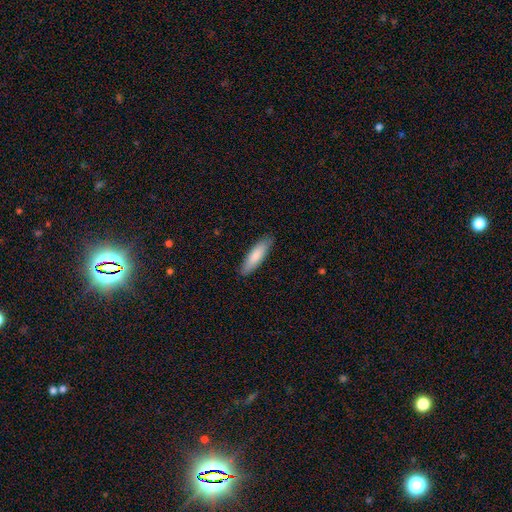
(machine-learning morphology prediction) Smooth or featured: smooth — 83% (featured or disk — 12%)
How rounded: cigar-shaped — 62% (in between — 36%)
Merging: none — 87% (minor disturbance — 10%)